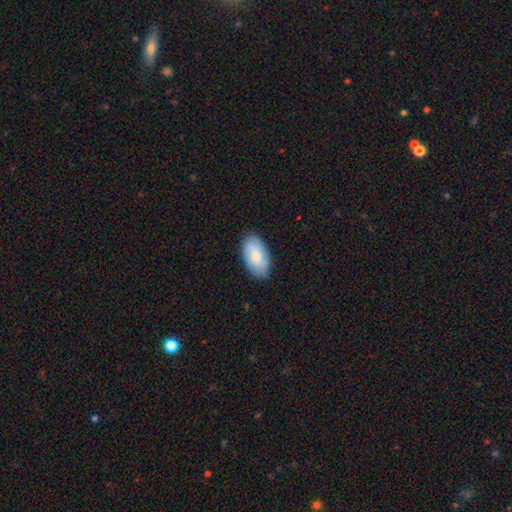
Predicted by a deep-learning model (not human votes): smooth_or_featured: smooth (p=0.69) [alt: featured or disk p=0.25]
how_rounded: in between (p=0.95) [alt: round p=0.03]
merging: none (p=0.83) [alt: minor disturbance p=0.13]